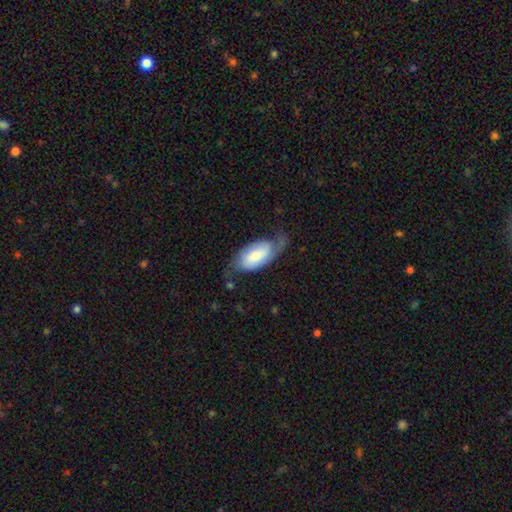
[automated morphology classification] A featured or disk galaxy (55%) with no bar (52%), spiral arms (88%) and a moderate central bulge (36%).

Vote fractions:
- Smooth or featured? featured or disk: 55% / smooth: 38% / star or artifact: 7%
- Edge-on disk? no: 93% / yes: 7%
- Bar? no: 52% / weak: 33% / strong: 15%
- Spiral arms? yes: 88% / no: 12%
- Bulge size? moderate: 36% / small: 33% / large: 17% / none: 7% / dominant: 6%
- Merging? none: 54% / minor disturbance: 27% / major disturbance: 17% / merger: 2%